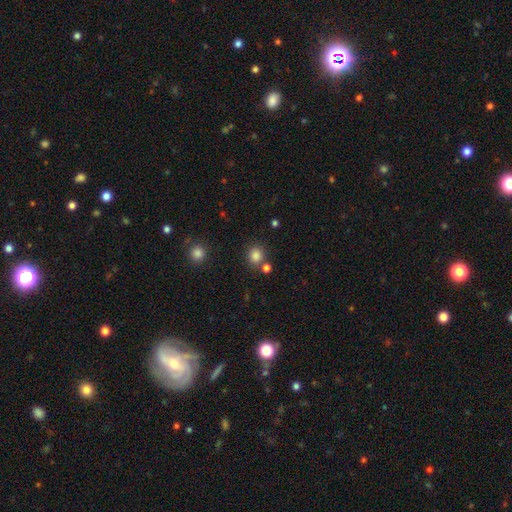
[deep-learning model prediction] smooth 83%, star or artifact 12%, featured or disk 5%. Down the decision tree: how rounded — round (79%); merging — none (73%).